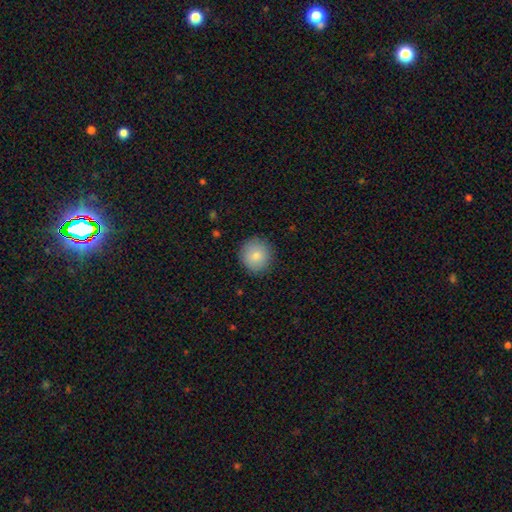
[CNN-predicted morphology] smooth-or-featured: smooth: 84% | star or artifact: 8% | featured or disk: 8%
  how-rounded: round: 93% | in between: 6% | cigar-shaped: 1%
  merging: none: 88% | minor disturbance: 8% | major disturbance: 2% | merger: 1%